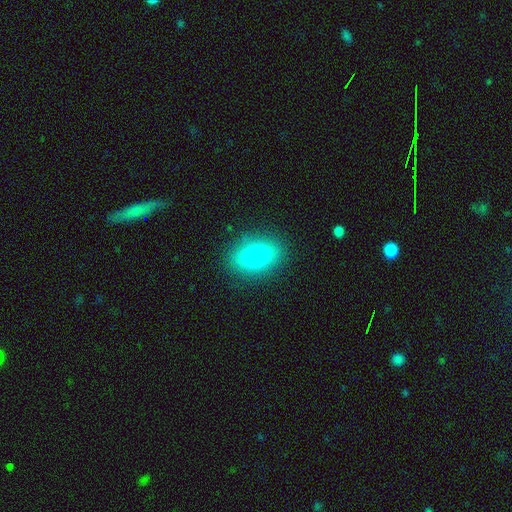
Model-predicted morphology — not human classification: This is likely a smooth galaxy (78%). How rounded: clearly in between (82%). Merging: clearly none (87%).